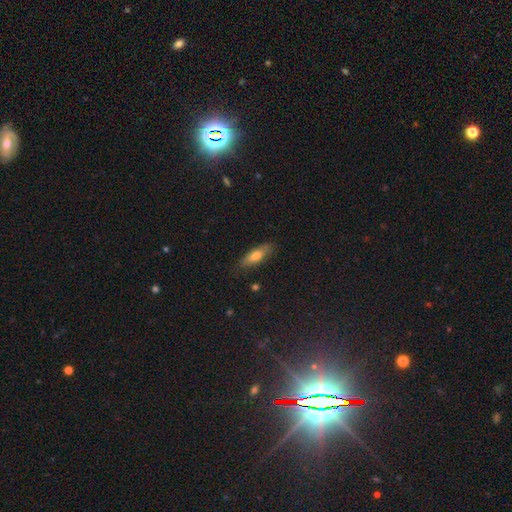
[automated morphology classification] Smooth or featured? Predicted: smooth (p=0.68). How rounded? Predicted: in between (p=0.55). Merging? Predicted: none (p=0.83).